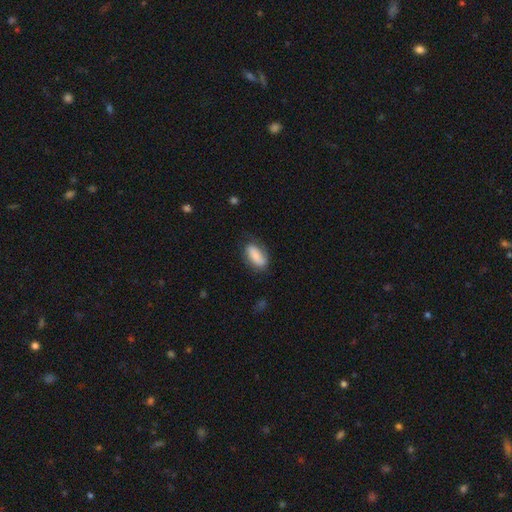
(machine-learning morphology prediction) A smooth galaxy with no disk features (70%) that is in between round and cigar-shaped (91%). Merging: none (66%).